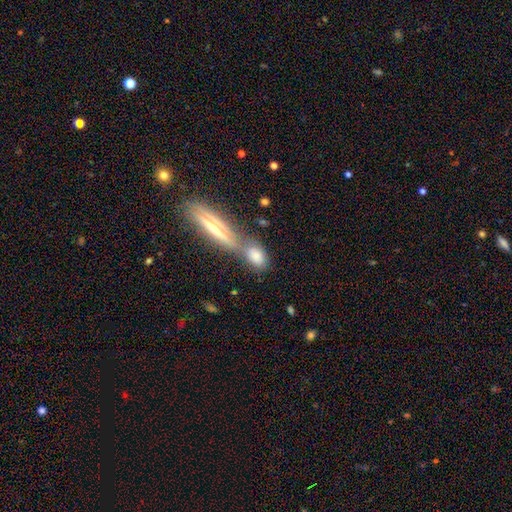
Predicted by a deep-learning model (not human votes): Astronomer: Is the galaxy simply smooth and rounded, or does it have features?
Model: smooth — 70%.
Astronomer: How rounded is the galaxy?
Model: in between — 71%.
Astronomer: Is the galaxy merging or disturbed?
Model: none — 40%, tied with merger at 40%.